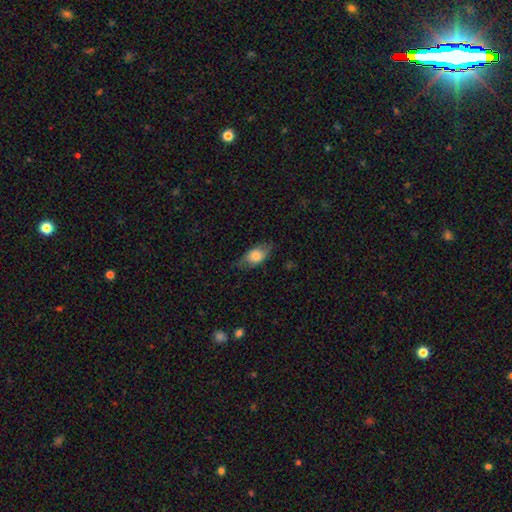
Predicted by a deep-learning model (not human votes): Q: Smooth or featured?
A: smooth (72%); runner-up: featured or disk (21%)
Q: How rounded?
A: in between (84%); runner-up: round (10%)
Q: Merging?
A: none (69%); runner-up: minor disturbance (22%)